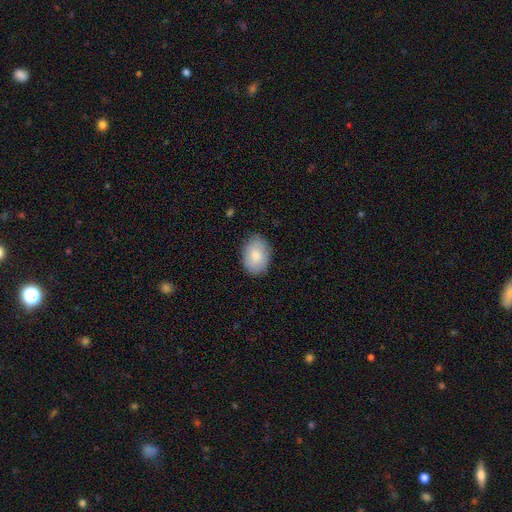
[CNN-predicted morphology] A smooth galaxy with no disk features (83%) that is in between round and cigar-shaped (78%).

Vote fractions:
- Smooth or featured? smooth: 83% / featured or disk: 11% / star or artifact: 6%
- How rounded? in between: 78% / round: 21% / cigar-shaped: 1%
- Merging? none: 84% / minor disturbance: 12% / major disturbance: 3% / merger: 1%